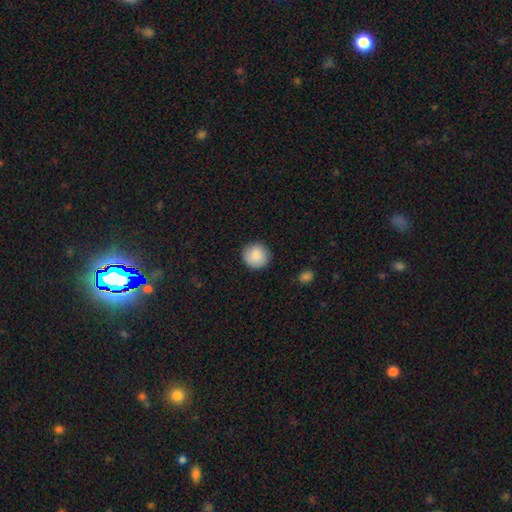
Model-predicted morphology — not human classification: smooth 87%, star or artifact 7%, featured or disk 6%. Down the decision tree: how rounded — round (94%); merging — none (90%).